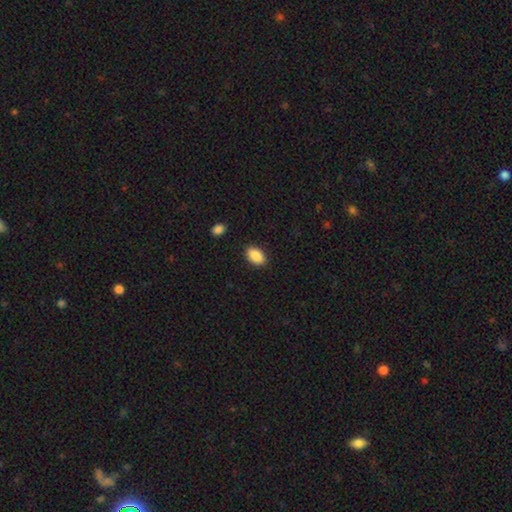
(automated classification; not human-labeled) Smooth or featured: smooth — 90% (star or artifact — 7%)
How rounded: in between — 91% (round — 7%)
Merging: none — 88% (minor disturbance — 8%)